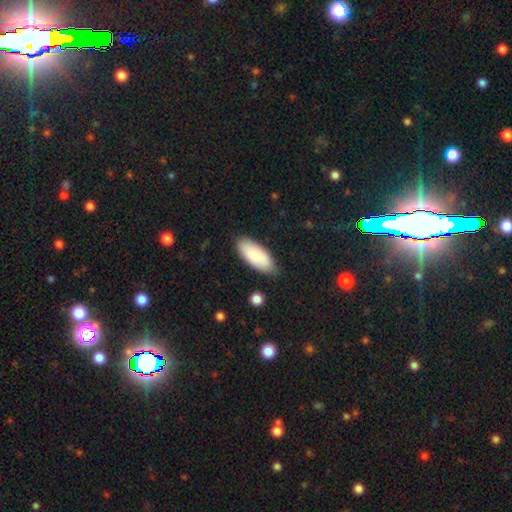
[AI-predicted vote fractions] This appears to be a smooth galaxy with no disk features (86%) that is in between round and cigar-shaped (85%). Merging: none (81%).